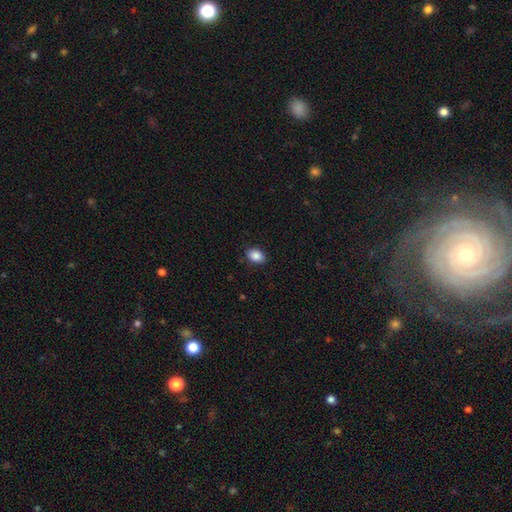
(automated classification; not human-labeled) Smooth or featured: smooth — 88% (star or artifact — 8%)
How rounded: in between — 80% (round — 19%)
Merging: none — 88% (minor disturbance — 9%)